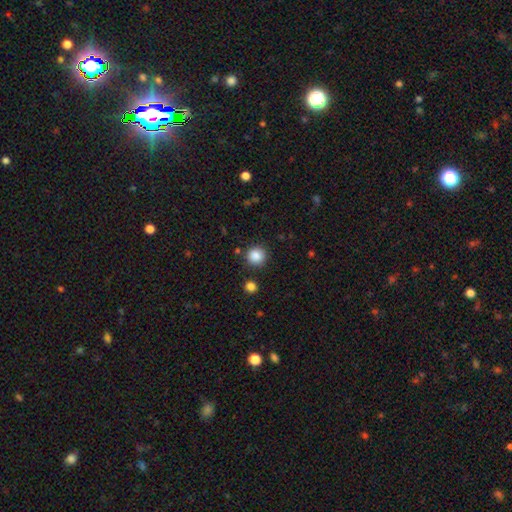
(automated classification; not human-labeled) Smooth or featured: smooth — 87% (star or artifact — 10%)
How rounded: round — 92% (in between — 7%)
Merging: none — 87% (minor disturbance — 7%)